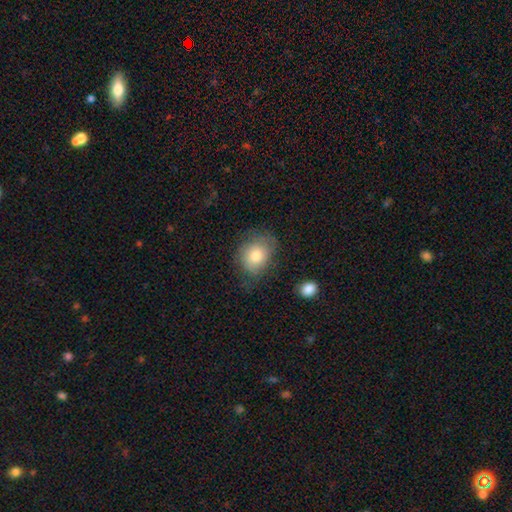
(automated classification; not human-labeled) smooth-or-featured: smooth: 77% | featured or disk: 15% | star or artifact: 8%
  how-rounded: round: 52% | in between: 47% | cigar-shaped: 1%
  merging: none: 60% | minor disturbance: 27% | major disturbance: 11% | merger: 2%